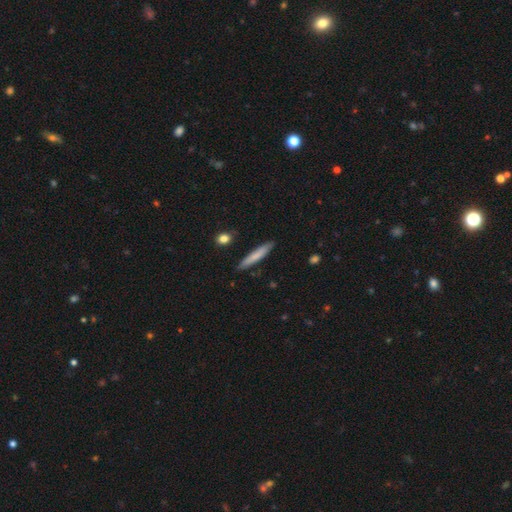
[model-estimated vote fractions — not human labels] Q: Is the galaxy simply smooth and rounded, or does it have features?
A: smooth — 73%.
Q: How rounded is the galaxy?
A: cigar-shaped — 93%.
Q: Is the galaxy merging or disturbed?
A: none — 88%.